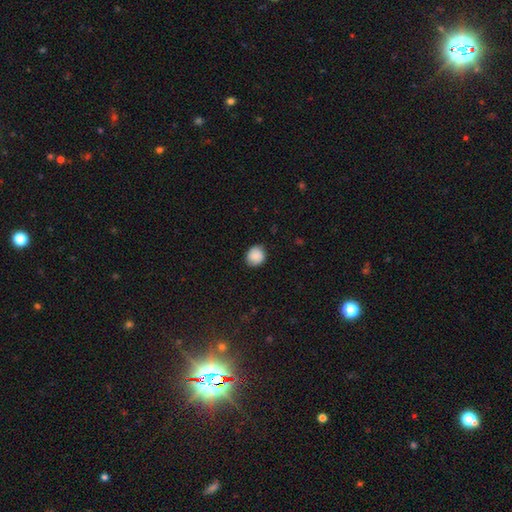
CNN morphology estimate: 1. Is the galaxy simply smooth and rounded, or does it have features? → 86% smooth, 8% star or artifact, 6% featured or disk.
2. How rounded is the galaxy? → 79% round, 20% in between, 1% cigar-shaped.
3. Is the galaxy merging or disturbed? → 84% none, 12% minor disturbance, 2% major disturbance, 1% merger.